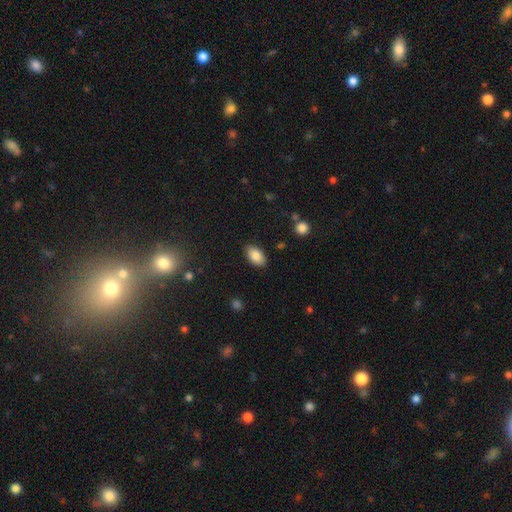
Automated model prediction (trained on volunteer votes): A smooth galaxy with no disk features (87%) that is in between round and cigar-shaped (93%). Merging: none (87%).